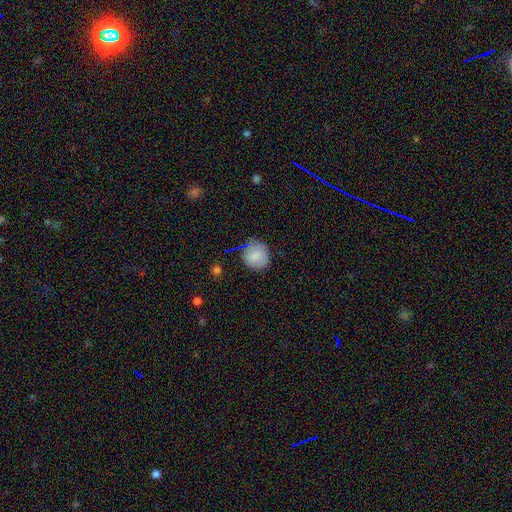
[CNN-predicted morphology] The model was most divided on "merging": none: 71%, minor disturbance: 22%, major disturbance: 5%, merger: 3%. More confident: how rounded — round (82%); smooth or featured — smooth (81%).